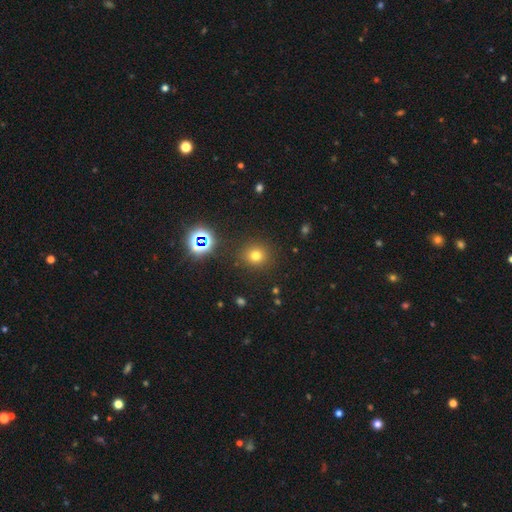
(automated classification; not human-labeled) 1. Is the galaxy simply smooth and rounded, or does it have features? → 71% smooth, 22% star or artifact, 7% featured or disk.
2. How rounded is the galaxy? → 89% round, 10% in between, 1% cigar-shaped.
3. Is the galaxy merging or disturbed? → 88% none, 7% minor disturbance, 3% major disturbance, 2% merger.